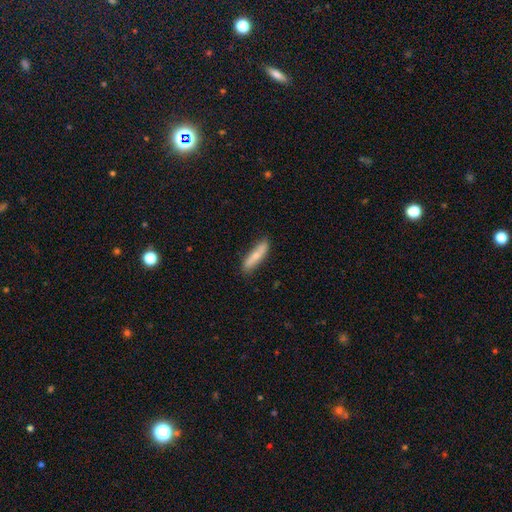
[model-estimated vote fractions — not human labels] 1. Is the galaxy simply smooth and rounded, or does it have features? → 67% smooth, 27% featured or disk, 6% star or artifact.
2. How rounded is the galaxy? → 78% cigar-shaped, 20% in between, 2% round.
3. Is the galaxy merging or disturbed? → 84% none, 12% minor disturbance, 2% major disturbance, 1% merger.